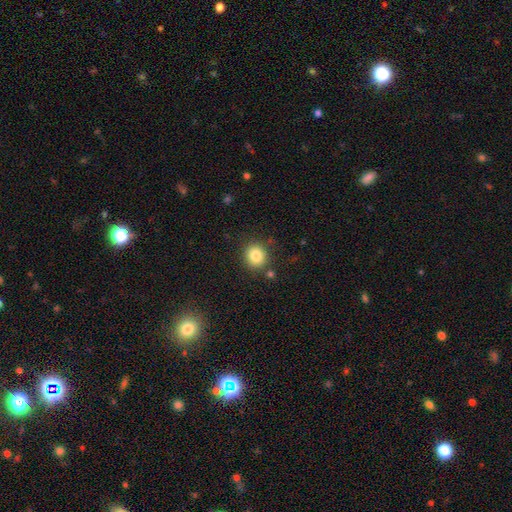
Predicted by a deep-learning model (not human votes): Smooth or featured? smooth (83%)
How rounded? round (87%)
Merging? none (85%)